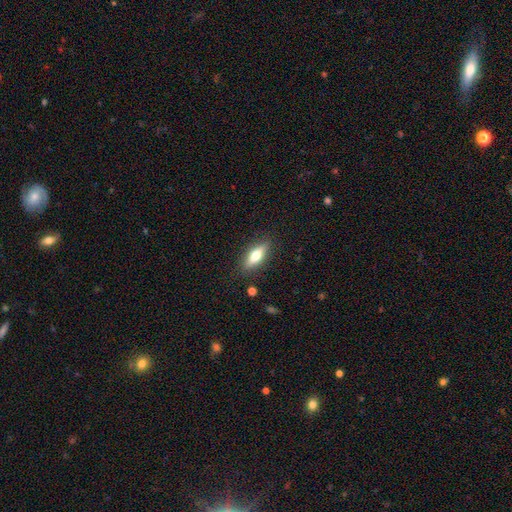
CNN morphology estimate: smooth-or-featured: smooth: 60% | featured or disk: 33% | star or artifact: 7%
  how-rounded: in between: 59% | cigar-shaped: 38% | round: 3%
  merging: none: 86% | minor disturbance: 10% | major disturbance: 3% | merger: 2%